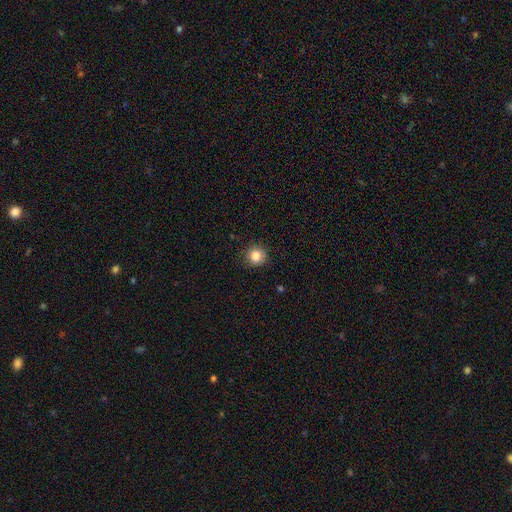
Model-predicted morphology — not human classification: Q: Smooth or featured?
A: smooth (84%); runner-up: star or artifact (11%)
Q: How rounded?
A: round (91%); runner-up: in between (8%)
Q: Merging?
A: none (89%); runner-up: minor disturbance (8%)